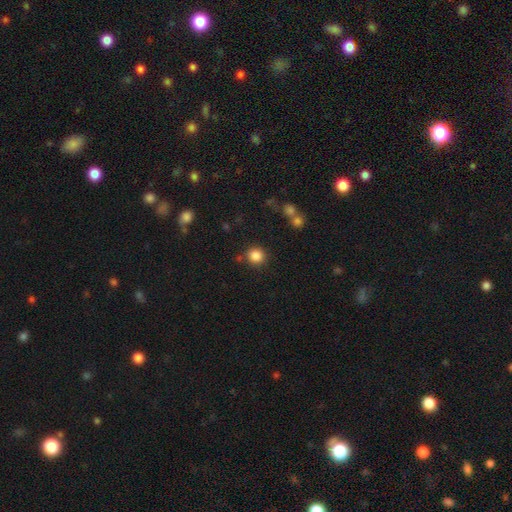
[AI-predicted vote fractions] A smooth galaxy with no disk features (85%) that is round (89%). Merging: none (83%).